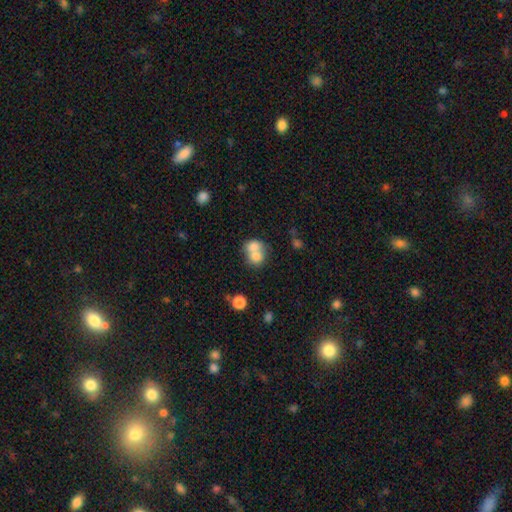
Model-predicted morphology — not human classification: Smooth or featured: smooth — 72% (featured or disk — 19%)
How rounded: round — 65% (in between — 34%)
Merging: merger — 68% (none — 23%)